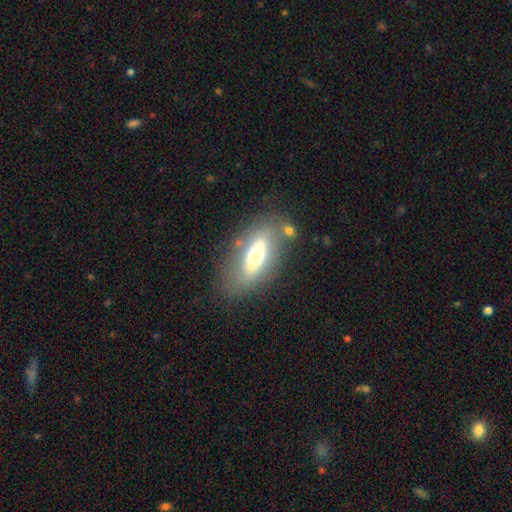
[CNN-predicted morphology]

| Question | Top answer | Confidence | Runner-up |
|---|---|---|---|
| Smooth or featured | smooth | 49% | featured or disk (43%) |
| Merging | none | 72% | minor disturbance (15%) |